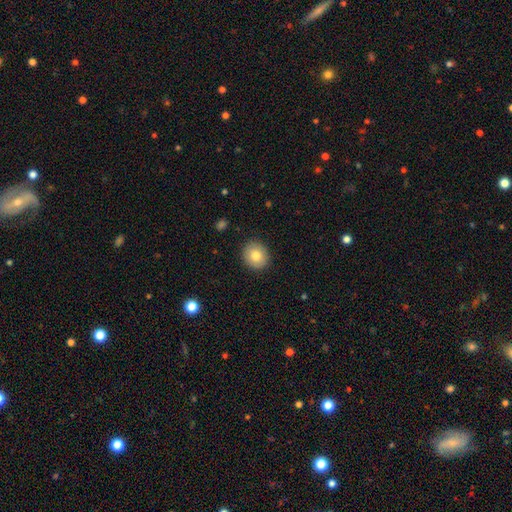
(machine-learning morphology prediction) Smooth or featured?
  - smooth: 80% *
  - featured or disk: 12%
  - star or artifact: 8%
How rounded?
  - round: 82% *
  - in between: 17%
  - cigar-shaped: 1%
Merging?
  - none: 90% *
  - minor disturbance: 7%
  - major disturbance: 2%
  - merger: 1%